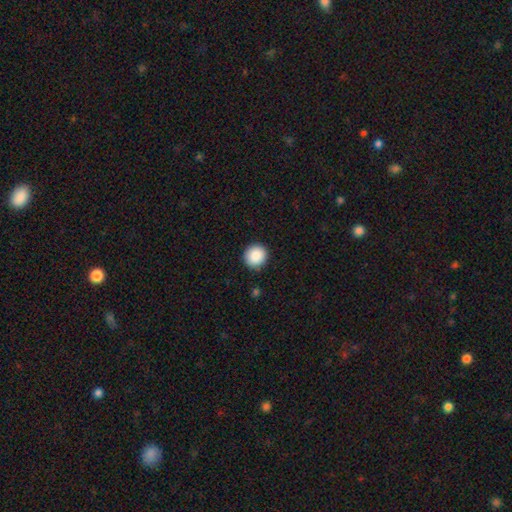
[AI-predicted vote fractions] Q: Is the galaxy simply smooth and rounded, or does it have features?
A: smooth — 89%.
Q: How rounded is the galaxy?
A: round — 93%.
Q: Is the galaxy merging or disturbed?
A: none — 91%.